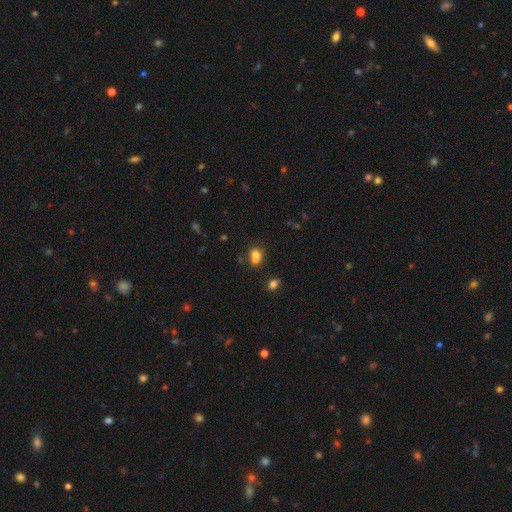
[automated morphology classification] The model was most divided on "merging": none: 47%, merger: 27%, minor disturbance: 19%, major disturbance: 7%. More confident: smooth or featured — smooth (78%); how rounded — in between (63%).